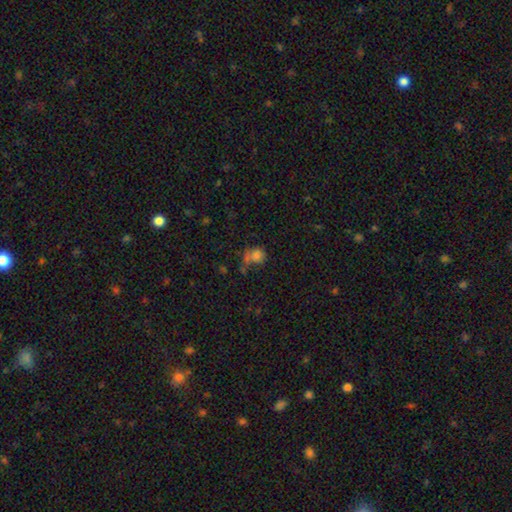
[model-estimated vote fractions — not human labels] smooth-or-featured: smooth: 70% | star or artifact: 18% | featured or disk: 12%
  how-rounded: round: 72% | in between: 26% | cigar-shaped: 1%
  merging: none: 43% | merger: 22% | minor disturbance: 19% | major disturbance: 17%